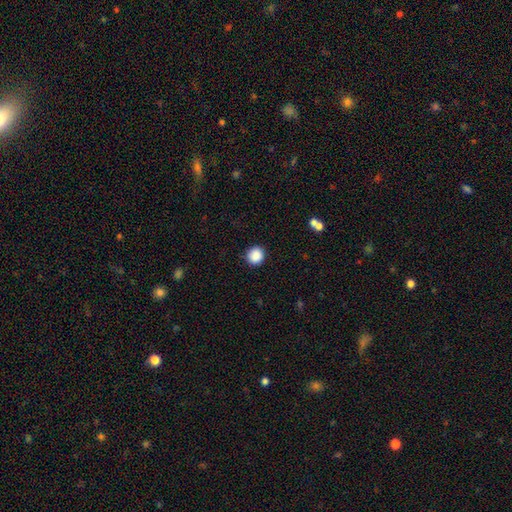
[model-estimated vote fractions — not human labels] This appears to be a smooth galaxy with no disk features (88%) that is round (93%). Merging: none (90%).